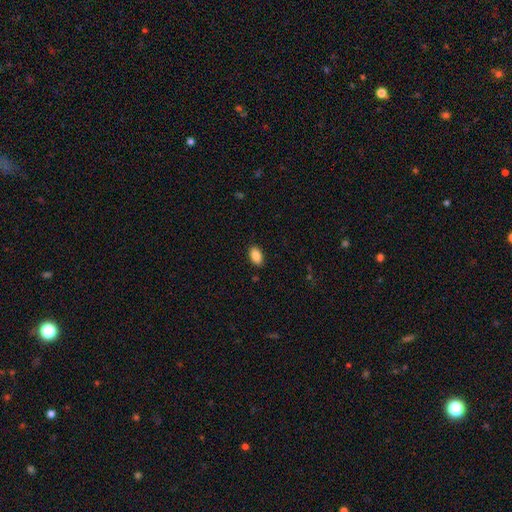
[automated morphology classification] Smooth or featured? Predicted: smooth (p=0.86). How rounded? Predicted: in between (p=0.92). Merging? Predicted: none (p=0.88).